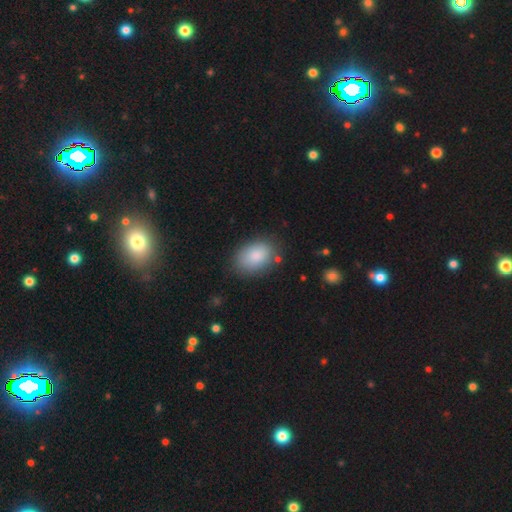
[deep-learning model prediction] The model was most divided on "merging": none: 81%, minor disturbance: 13%, major disturbance: 4%, merger: 2%. More confident: smooth or featured — smooth (87%); how rounded — in between (84%).